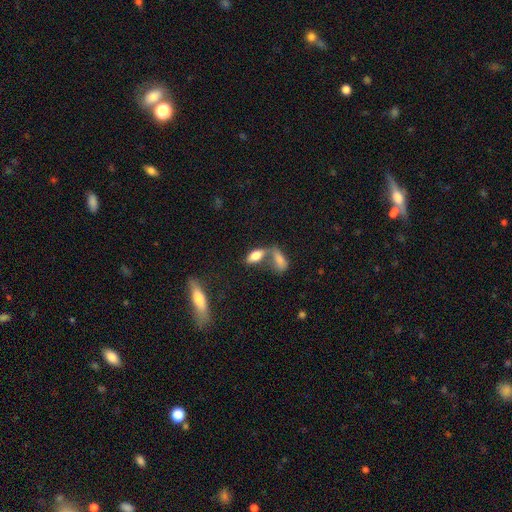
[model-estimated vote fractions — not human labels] smooth 75%, featured or disk 17%, star or artifact 8%. Down the decision tree: how rounded — in between (82%); merging — merger (53%).